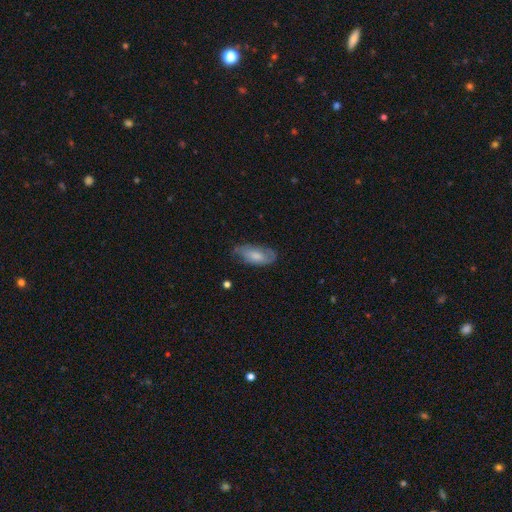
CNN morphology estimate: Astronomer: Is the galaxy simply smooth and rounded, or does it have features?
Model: smooth — 60%.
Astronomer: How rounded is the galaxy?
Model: in between — 88%.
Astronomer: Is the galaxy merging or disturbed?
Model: none — 53% (runner-up: minor disturbance, 33%).